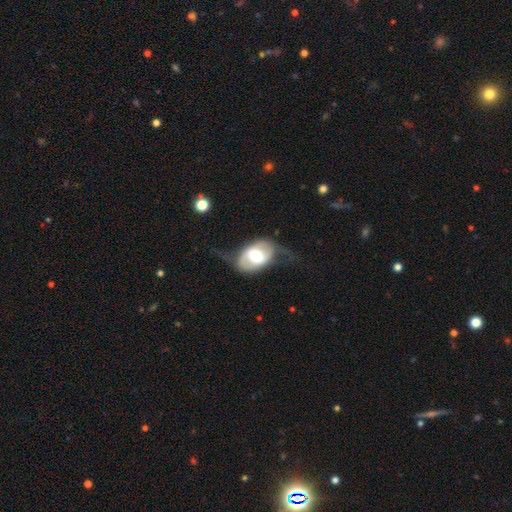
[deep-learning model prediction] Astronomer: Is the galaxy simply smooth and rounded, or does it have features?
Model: featured or disk — 55% (runner-up: smooth, 39%).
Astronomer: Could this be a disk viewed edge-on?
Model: no — 92%.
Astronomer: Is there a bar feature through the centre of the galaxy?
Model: no — 44% (runner-up: weak, 35%).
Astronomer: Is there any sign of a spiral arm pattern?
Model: yes — 59% (runner-up: no, 41%).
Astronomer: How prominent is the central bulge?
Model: moderate — 61%.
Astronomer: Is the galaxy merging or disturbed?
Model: none — 42% (runner-up: major disturbance, 29%).